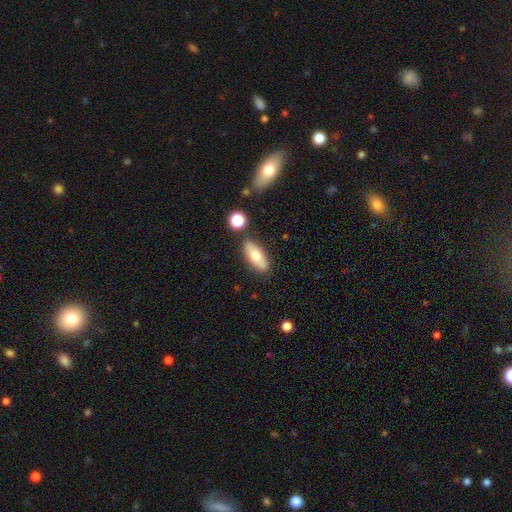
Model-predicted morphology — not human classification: Smooth or featured? smooth (69%)
How rounded? in between (71%)
Merging? none (81%)